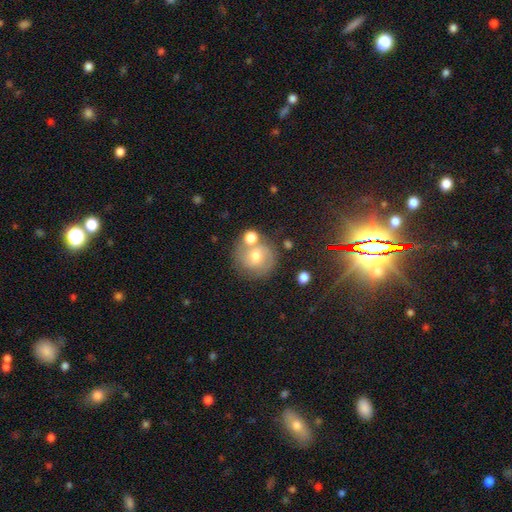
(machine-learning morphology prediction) Q: Smooth or featured?
A: smooth (47%); runner-up: featured or disk (41%)
Q: Merging?
A: none (61%); runner-up: merger (19%)